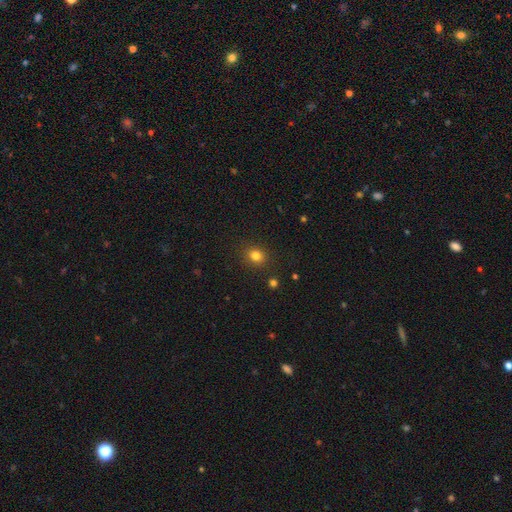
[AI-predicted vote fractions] smooth_or_featured: smooth (p=0.80) [alt: star or artifact p=0.14]
how_rounded: round (p=0.66) [alt: in between p=0.33]
merging: none (p=0.88) [alt: minor disturbance p=0.08]